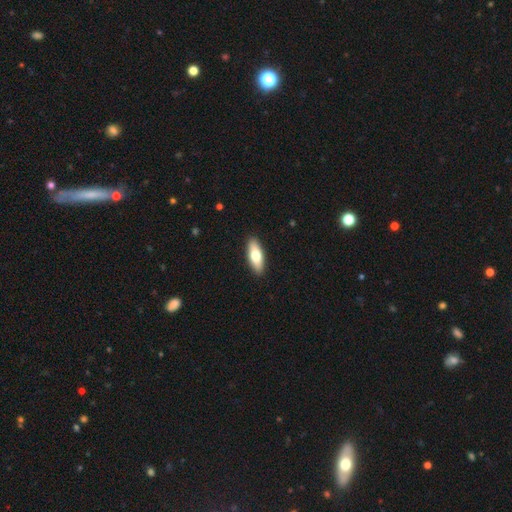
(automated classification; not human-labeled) Morphology: type=smooth (70%); roundness=in between (68%); merging=none (91%).